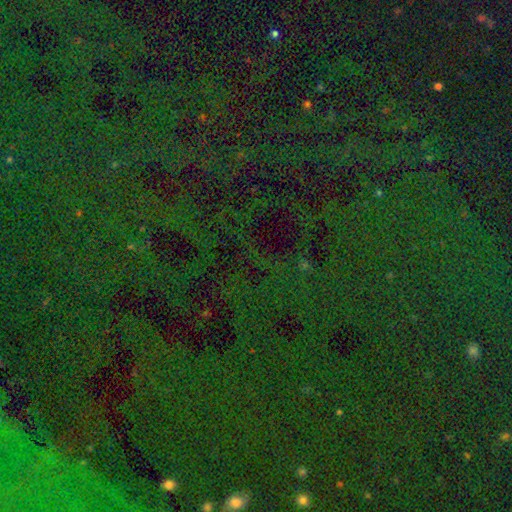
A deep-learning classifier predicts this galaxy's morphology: Overall: star or artifact (82%).